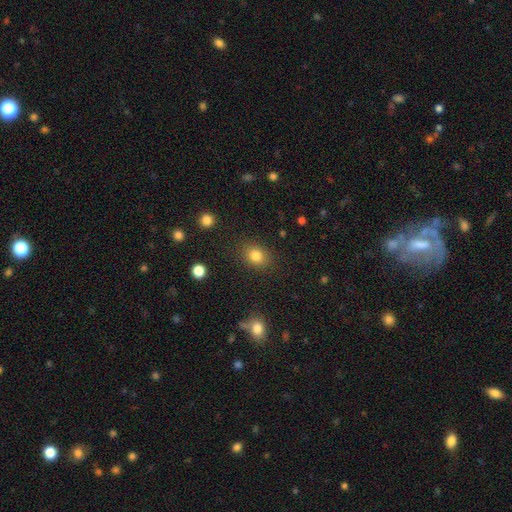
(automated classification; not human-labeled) This is clearly a smooth galaxy (83%). How rounded: possibly round (51%). Merging: clearly none (85%).